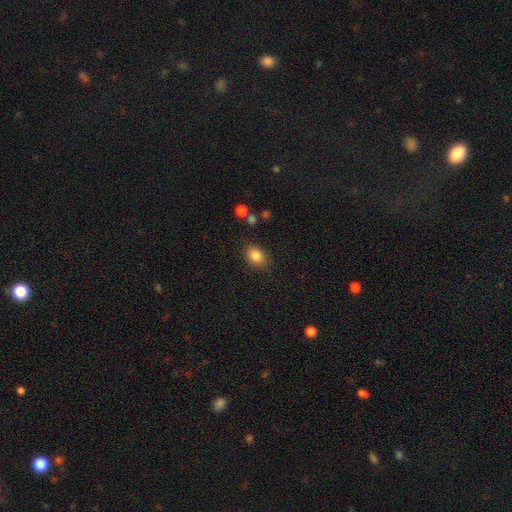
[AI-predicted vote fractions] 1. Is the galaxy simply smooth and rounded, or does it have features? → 85% smooth, 10% star or artifact, 6% featured or disk.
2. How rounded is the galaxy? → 59% in between, 40% round, 1% cigar-shaped.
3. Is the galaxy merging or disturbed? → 83% none, 12% minor disturbance, 3% major disturbance, 2% merger.